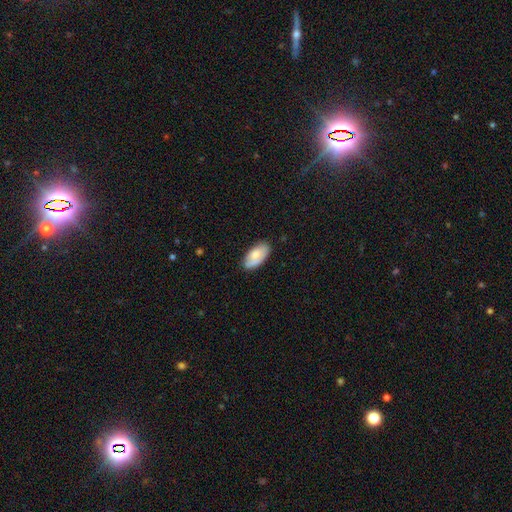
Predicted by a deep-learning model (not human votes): Q: Smooth or featured?
A: smooth (73%); runner-up: featured or disk (20%)
Q: How rounded?
A: in between (94%); runner-up: cigar-shaped (4%)
Q: Merging?
A: none (78%); runner-up: minor disturbance (17%)